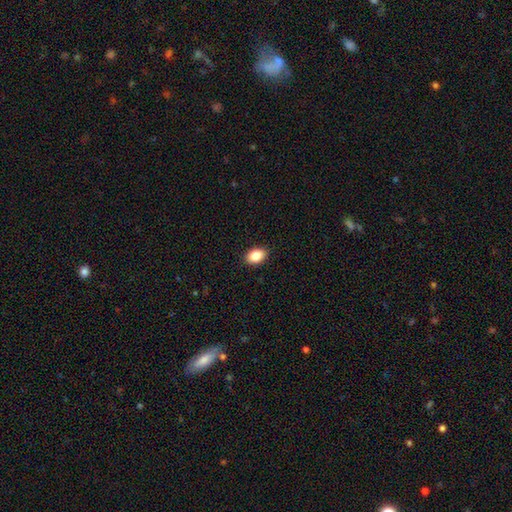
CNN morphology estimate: A smooth galaxy with no disk features (86%) that is in between round and cigar-shaped (84%).

Vote fractions:
- Smooth or featured? smooth: 86% / star or artifact: 8% / featured or disk: 6%
- How rounded? in between: 84% / round: 15% / cigar-shaped: 1%
- Merging? none: 90% / minor disturbance: 7% / major disturbance: 2% / merger: 1%